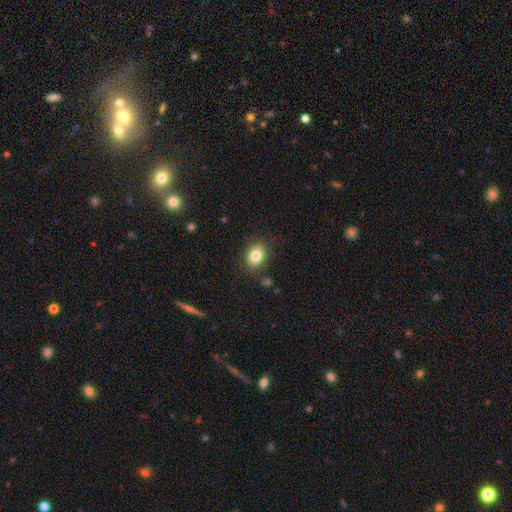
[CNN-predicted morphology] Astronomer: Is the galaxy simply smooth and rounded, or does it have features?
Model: smooth — 82%.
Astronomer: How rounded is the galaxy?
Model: in between — 68%.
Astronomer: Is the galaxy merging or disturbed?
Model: none — 81%.